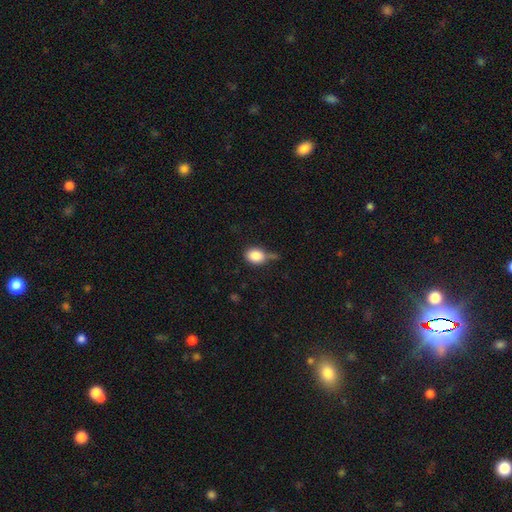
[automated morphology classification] Smooth or featured?
  - smooth: 85% *
  - star or artifact: 9%
  - featured or disk: 7%
How rounded?
  - in between: 57% *
  - round: 41%
  - cigar-shaped: 1%
Merging?
  - none: 44% *
  - minor disturbance: 35%
  - major disturbance: 12%
  - merger: 9%